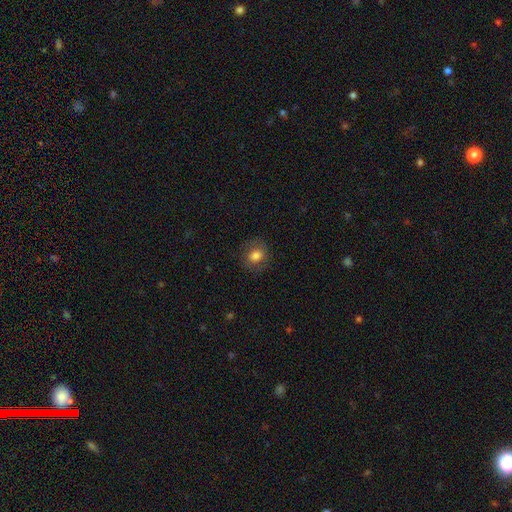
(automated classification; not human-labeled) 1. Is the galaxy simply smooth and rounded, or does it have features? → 77% smooth, 13% featured or disk, 10% star or artifact.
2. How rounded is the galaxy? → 64% round, 35% in between, 1% cigar-shaped.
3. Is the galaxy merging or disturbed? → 83% none, 12% minor disturbance, 4% major disturbance, 1% merger.